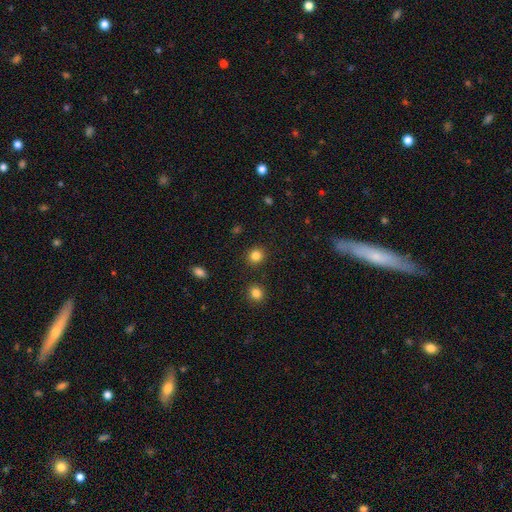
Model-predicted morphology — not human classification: Q: Smooth or featured?
A: smooth (84%); runner-up: star or artifact (12%)
Q: How rounded?
A: round (87%); runner-up: in between (12%)
Q: Merging?
A: none (90%); runner-up: minor disturbance (6%)